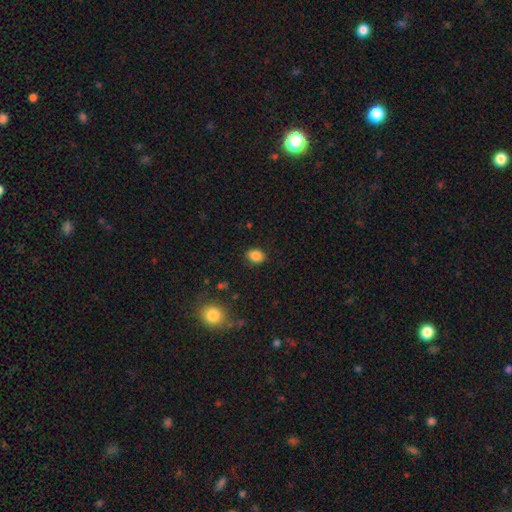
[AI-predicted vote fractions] This appears to be a smooth galaxy with no disk features (85%) that is in between round and cigar-shaped (60%). Merging: none (86%).